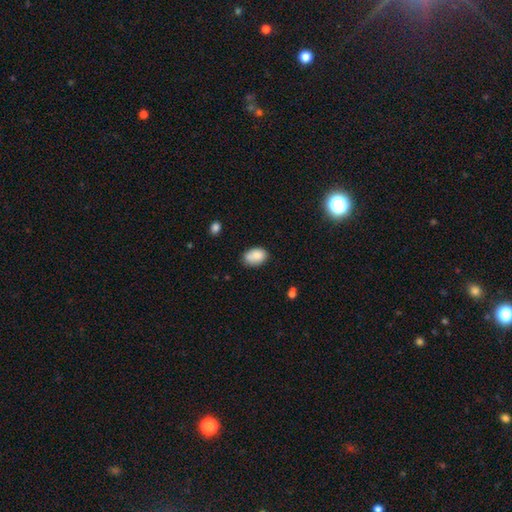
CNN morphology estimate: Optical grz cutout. It shows a smooth galaxy with no disk features (83%) that is in between round and cigar-shaped (83%). Merging: none (61%).